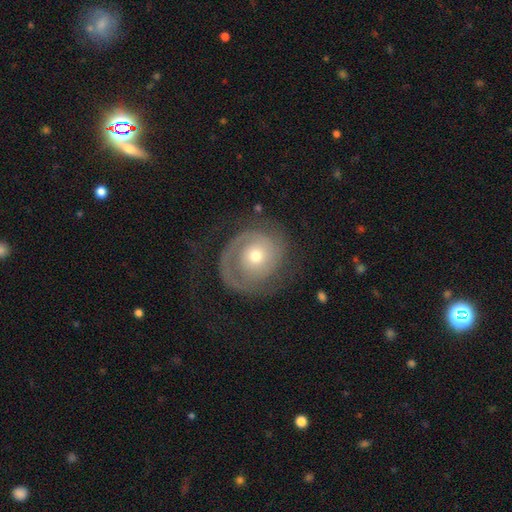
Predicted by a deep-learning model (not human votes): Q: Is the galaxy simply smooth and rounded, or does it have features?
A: featured or disk — 74%.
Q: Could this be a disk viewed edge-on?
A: no — 97%.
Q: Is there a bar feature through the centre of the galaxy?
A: no — 82%.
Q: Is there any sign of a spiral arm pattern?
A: yes — 87%.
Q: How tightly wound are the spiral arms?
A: tight — 63%.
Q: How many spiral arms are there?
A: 1 — 56%.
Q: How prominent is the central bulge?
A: moderate — 56%.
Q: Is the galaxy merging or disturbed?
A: none — 58%.